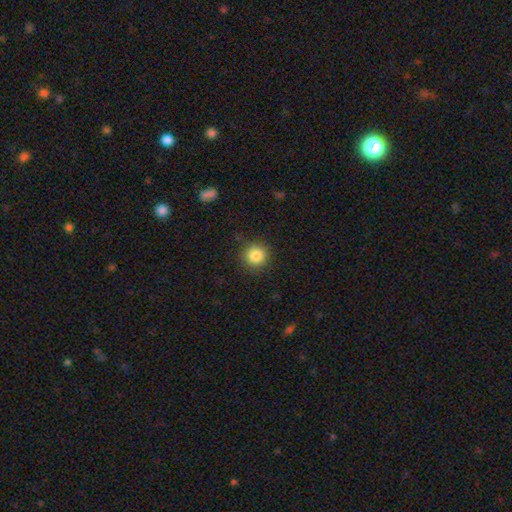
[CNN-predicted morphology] Q: Smooth or featured?
A: smooth (84%); runner-up: star or artifact (10%)
Q: How rounded?
A: round (94%); runner-up: in between (5%)
Q: Merging?
A: none (89%); runner-up: minor disturbance (7%)